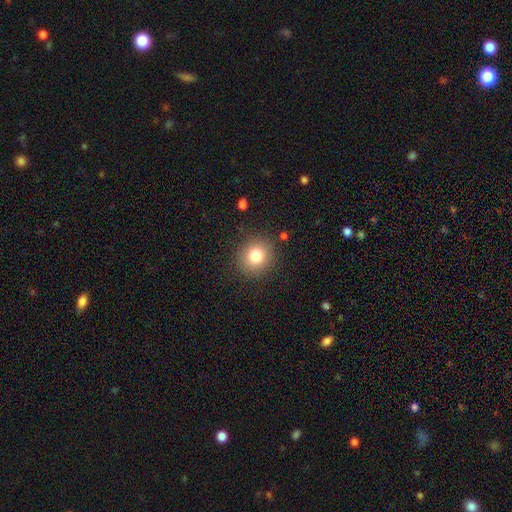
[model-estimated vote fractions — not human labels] This appears to be a smooth galaxy with no disk features (79%) that is round (86%). Merging: none (88%).